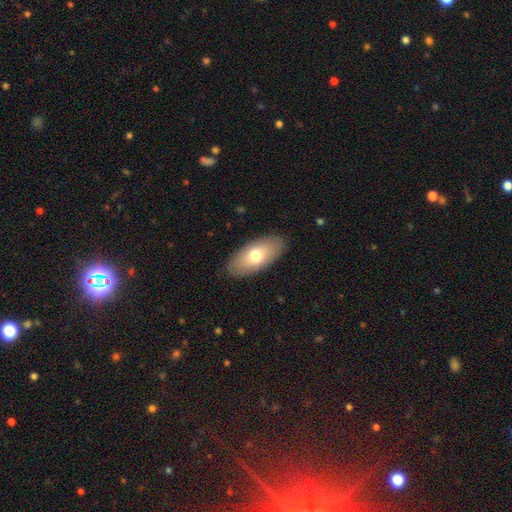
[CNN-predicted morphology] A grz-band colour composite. It shows a smooth galaxy with no disk features (69%) that is in between round and cigar-shaped (90%). Merging: none (87%).